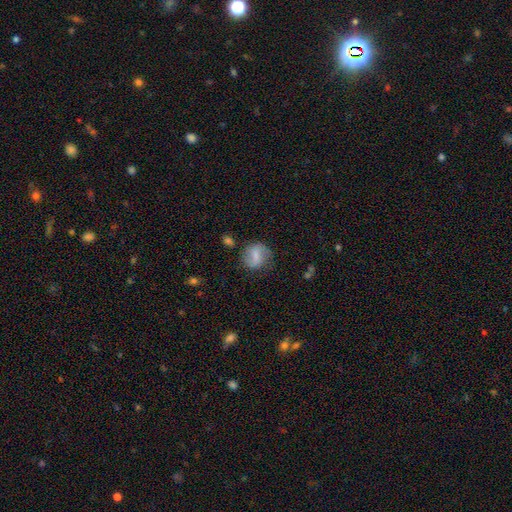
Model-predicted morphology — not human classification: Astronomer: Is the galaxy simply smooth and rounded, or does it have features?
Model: smooth — 53% (runner-up: featured or disk, 39%).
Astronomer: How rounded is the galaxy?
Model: round — 67%.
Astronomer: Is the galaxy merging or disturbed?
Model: none — 70%.